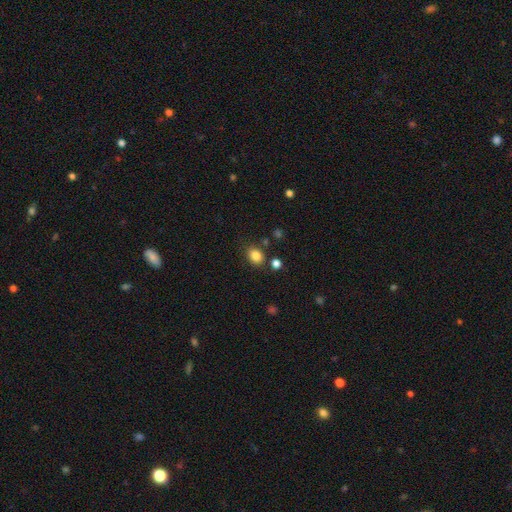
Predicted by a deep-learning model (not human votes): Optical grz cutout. It shows a smooth galaxy with no disk features (84%) that is in between round and cigar-shaped (59%). Merging: none (79%).